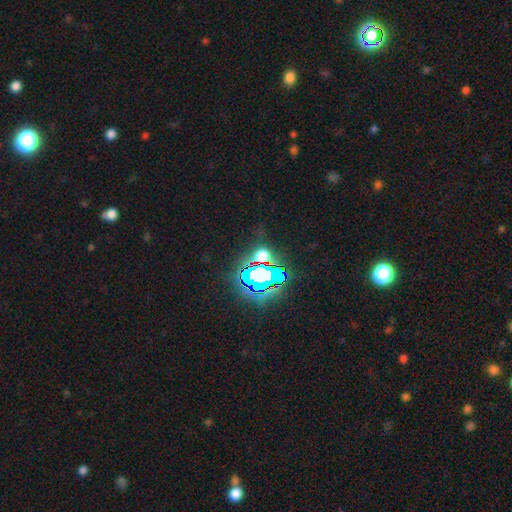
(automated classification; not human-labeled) Smooth or featured?
  - star or artifact: 78% *
  - smooth: 13%
  - featured or disk: 9%